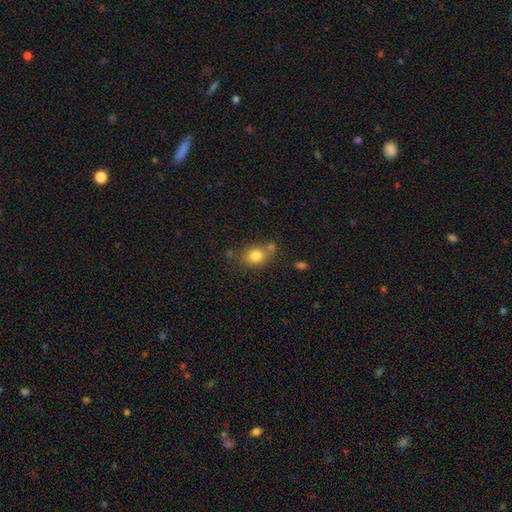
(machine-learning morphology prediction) smooth_or_featured: smooth (p=0.81) [alt: star or artifact p=0.10]
how_rounded: round (p=0.55) [alt: in between p=0.44]
merging: none (p=0.61) [alt: merger p=0.17]